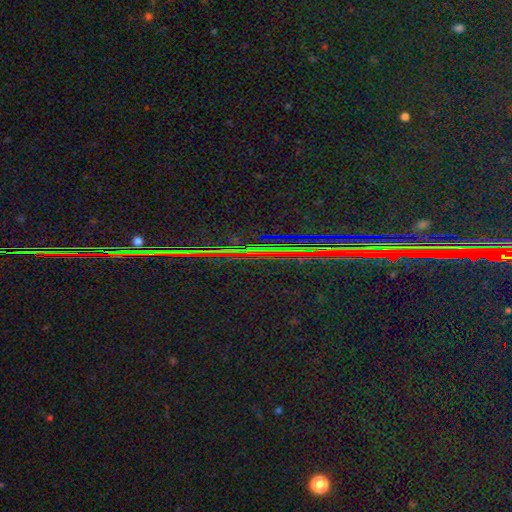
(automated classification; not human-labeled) This appears to be a star or artifact, not a galaxy (88%).